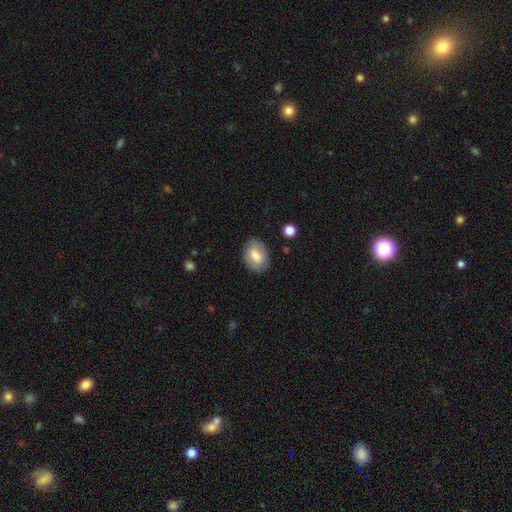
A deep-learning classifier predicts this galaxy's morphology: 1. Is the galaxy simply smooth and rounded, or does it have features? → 78% smooth, 15% featured or disk, 7% star or artifact.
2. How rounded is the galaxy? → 80% in between, 18% round, 1% cigar-shaped.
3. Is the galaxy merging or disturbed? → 80% none, 15% minor disturbance, 4% major disturbance, 2% merger.